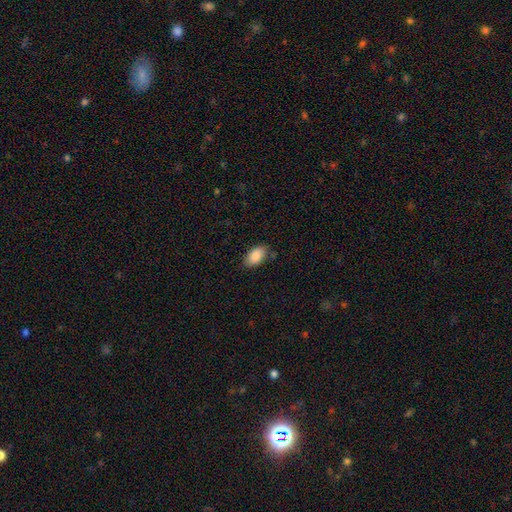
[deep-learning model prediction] smooth-or-featured: smooth: 87% | star or artifact: 7% | featured or disk: 6%
  how-rounded: in between: 93% | round: 5% | cigar-shaped: 2%
  merging: none: 80% | minor disturbance: 16% | major disturbance: 3% | merger: 2%